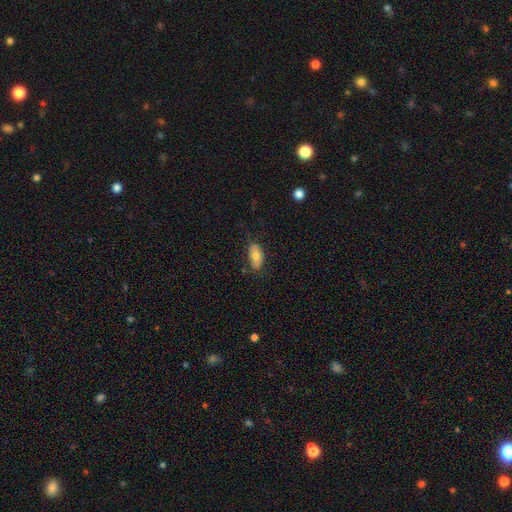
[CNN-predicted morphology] Smooth or featured? Predicted: smooth (p=0.74). How rounded? Predicted: in between (p=0.90). Merging? Predicted: none (p=0.79).